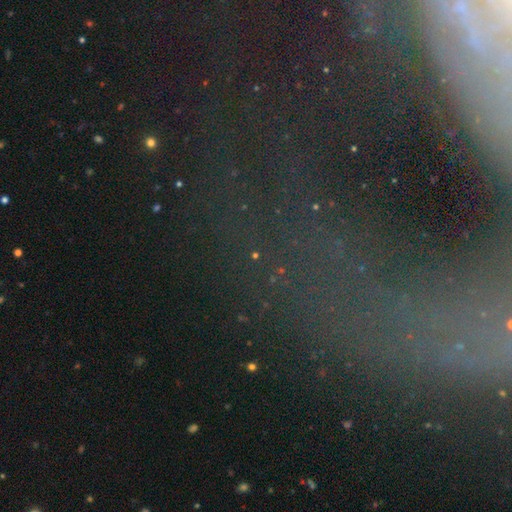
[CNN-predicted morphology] type=star or artifact (75%).